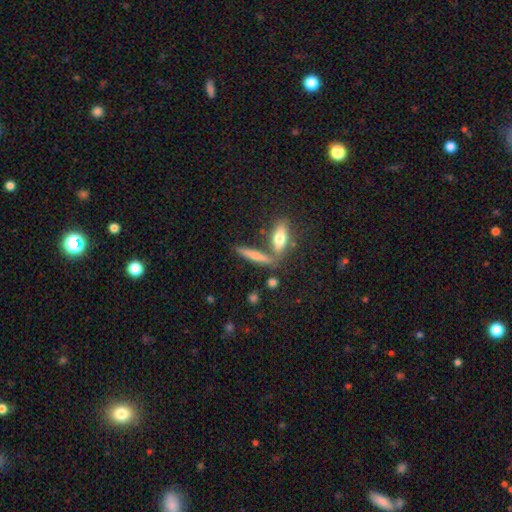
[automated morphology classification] Smooth or featured? Predicted: smooth (p=0.54). How rounded? Predicted: cigar-shaped (p=0.77). Merging? Predicted: none (p=0.66).